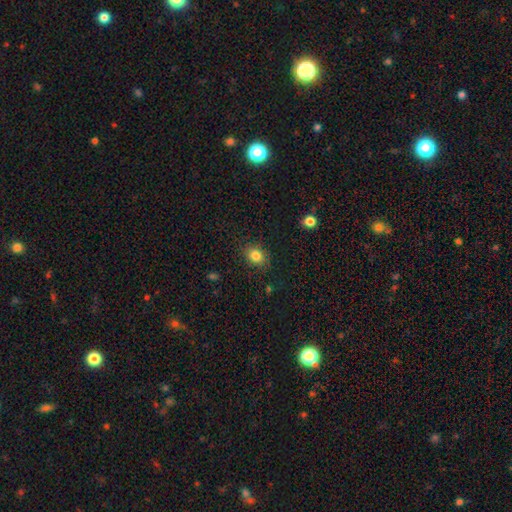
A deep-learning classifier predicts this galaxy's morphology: smooth_or_featured: smooth (p=0.83) [alt: star or artifact p=0.10]
how_rounded: in between (p=0.59) [alt: round p=0.40]
merging: none (p=0.85) [alt: minor disturbance p=0.11]